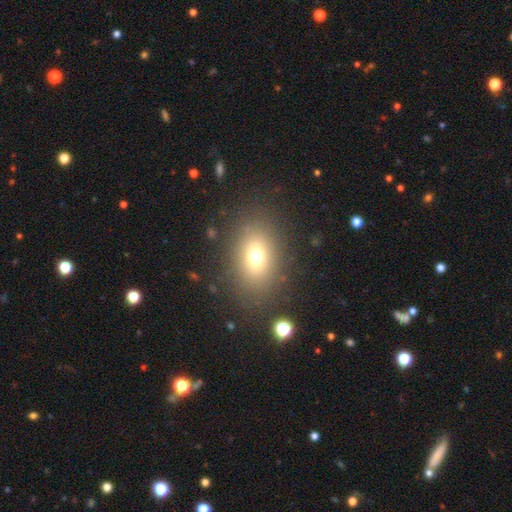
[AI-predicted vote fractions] This appears to be a smooth galaxy with no disk features (70%) that is in between round and cigar-shaped (71%). Merging: none (82%).